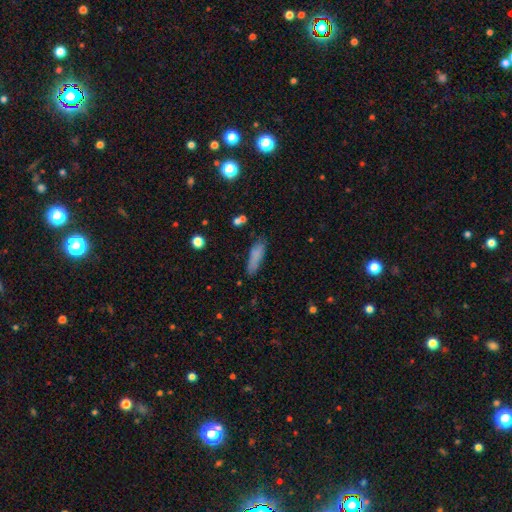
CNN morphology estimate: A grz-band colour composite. It shows a smooth galaxy with no disk features (78%) that is cigar-shaped (59%). Merging: none (68%).